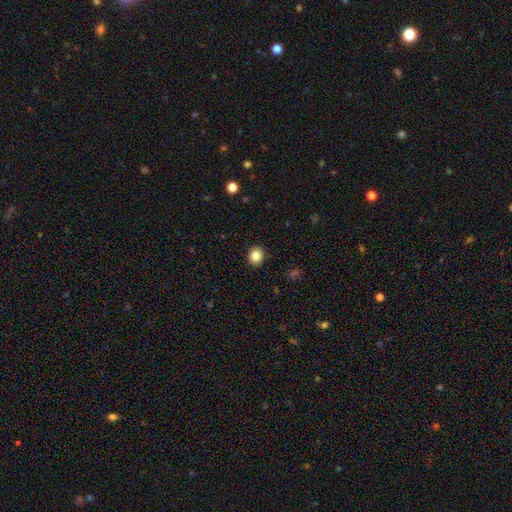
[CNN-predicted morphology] The model was most divided on "how rounded": round: 84%, in between: 16%, cigar-shaped: 1%. More confident: merging — none (92%); smooth or featured — smooth (83%).